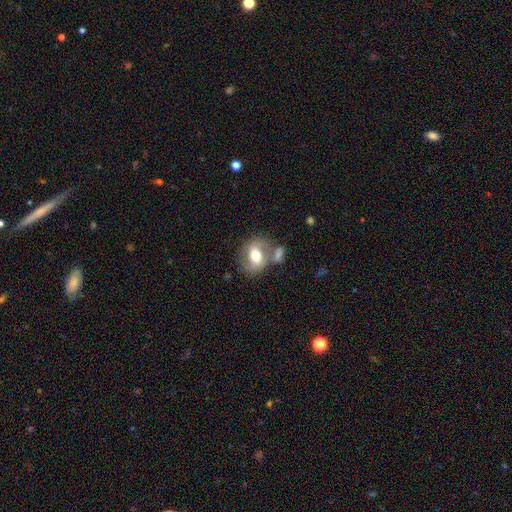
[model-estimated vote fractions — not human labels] Overall: smooth (50%; featured or disk 43%). Merging: none (52%; merger 24%).